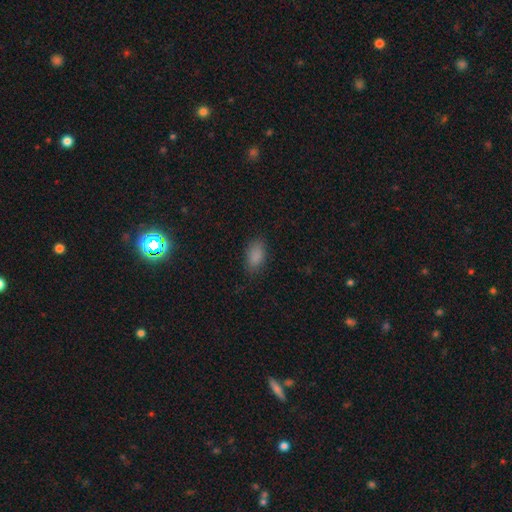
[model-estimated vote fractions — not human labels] A smooth galaxy with no disk features (86%) that is in between round and cigar-shaped (93%).

Vote fractions:
- Smooth or featured? smooth: 86% / star or artifact: 10% / featured or disk: 4%
- How rounded? in between: 93% / round: 5% / cigar-shaped: 3%
- Merging? none: 81% / minor disturbance: 15% / major disturbance: 4% / merger: 1%